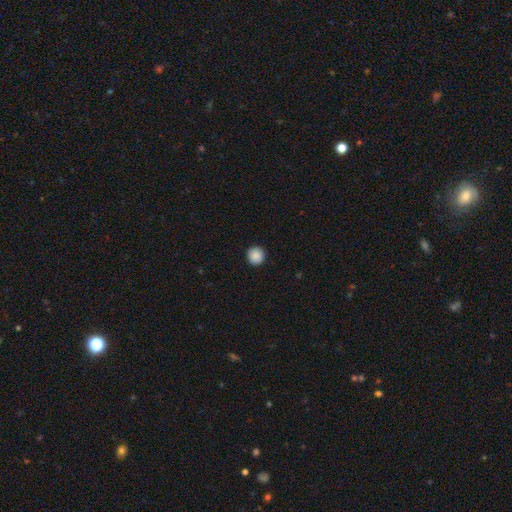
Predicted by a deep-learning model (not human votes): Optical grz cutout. It shows a smooth galaxy with no disk features (89%) that is round (95%). Merging: none (93%).